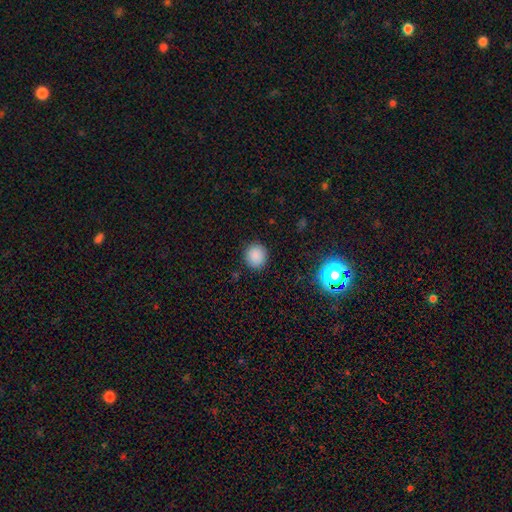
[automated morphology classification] This appears to be a smooth galaxy with no disk features (86%) that is round (90%). Merging: none (90%).